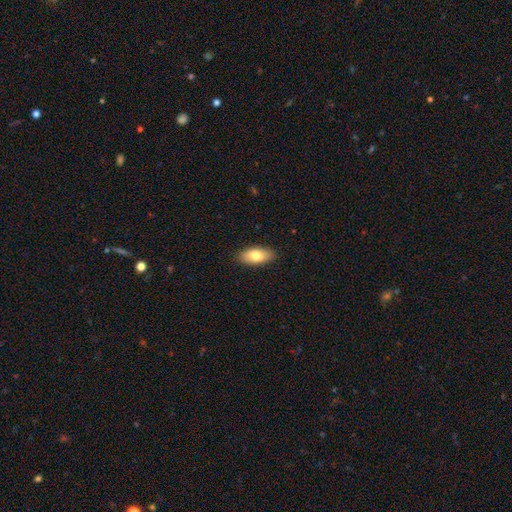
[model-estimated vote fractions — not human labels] Smooth or featured?
  - smooth: 78% *
  - featured or disk: 16%
  - star or artifact: 6%
How rounded?
  - in between: 89% *
  - cigar-shaped: 9%
  - round: 3%
Merging?
  - none: 89% *
  - minor disturbance: 9%
  - major disturbance: 2%
  - merger: 1%